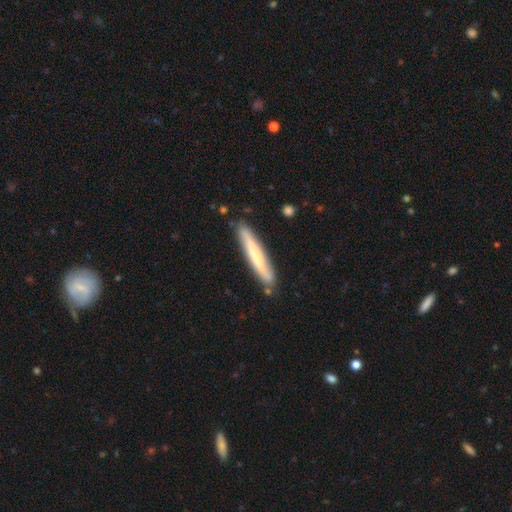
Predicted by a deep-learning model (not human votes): Smooth or featured? smooth (61%)
How rounded? cigar-shaped (94%)
Merging? none (84%)